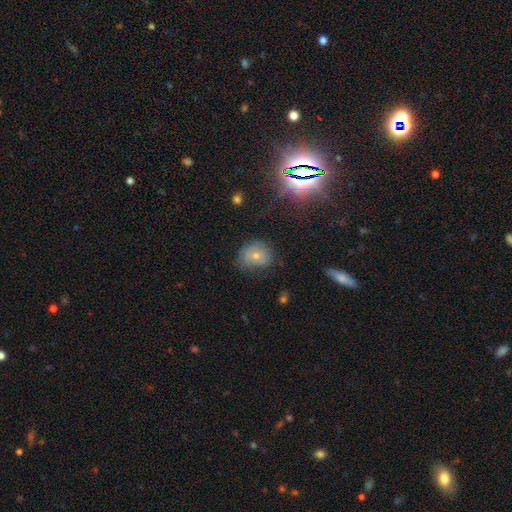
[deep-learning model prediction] Smooth or featured: smooth — 61% (featured or disk — 24%)
How rounded: round — 57% (in between — 42%)
Merging: none — 66% (minor disturbance — 25%)